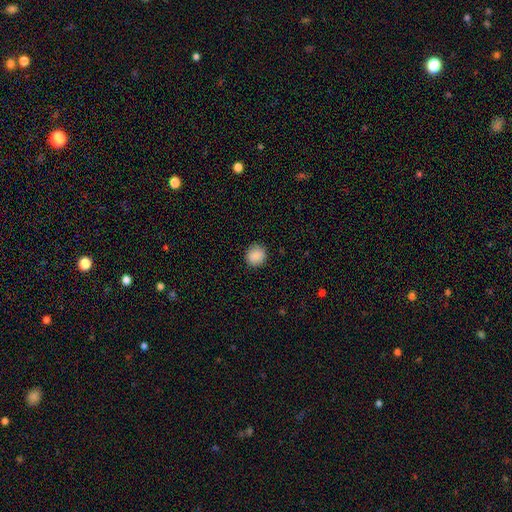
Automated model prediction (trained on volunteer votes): This appears to be a smooth galaxy with no disk features (88%) that is round (87%). Merging: none (89%).